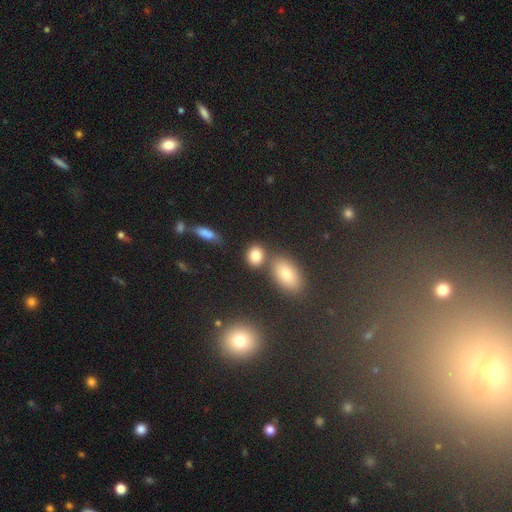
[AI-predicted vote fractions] Overall: smooth (81%). How rounded: in between (53%; round 45%). Merging: none (65%).